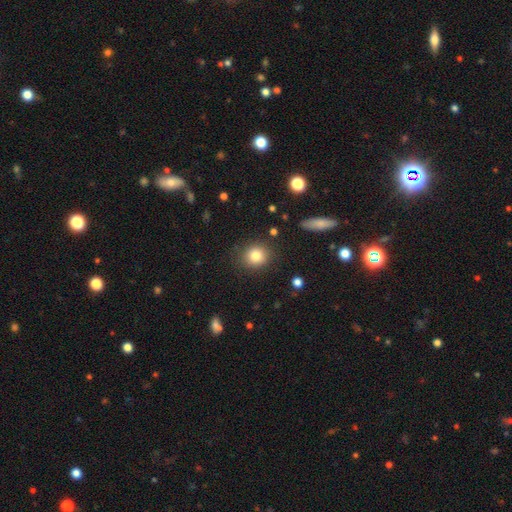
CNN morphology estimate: Smooth or featured? Predicted: smooth (p=0.81). How rounded? Predicted: round (p=0.79). Merging? Predicted: none (p=0.86).